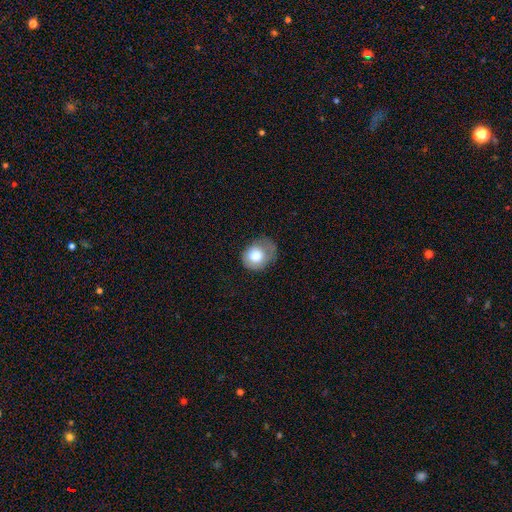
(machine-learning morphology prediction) Smooth or featured? Predicted: smooth (p=0.75). How rounded? Predicted: round (p=0.57). Merging? Predicted: none (p=0.45).